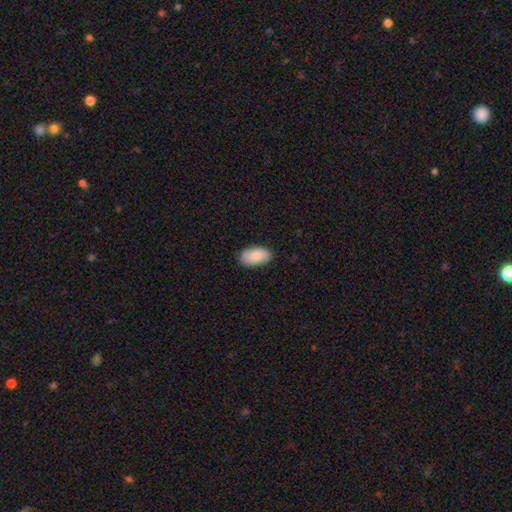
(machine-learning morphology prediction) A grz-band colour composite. It shows a smooth galaxy with no disk features (86%) that is in between round and cigar-shaped (94%). Merging: none (81%).